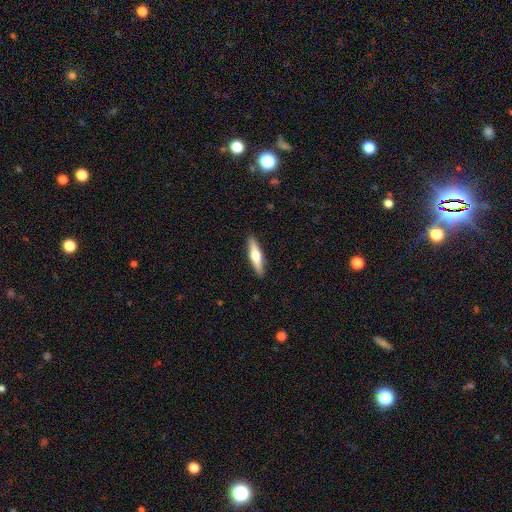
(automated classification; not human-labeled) Morphology: type=featured or disk (49%); merging=none (90%).